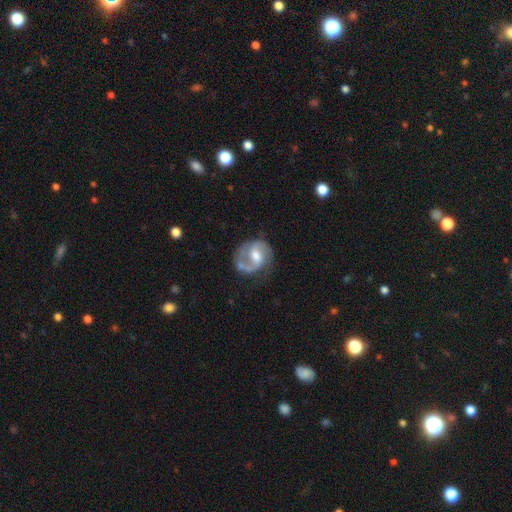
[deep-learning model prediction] A featured or disk galaxy (81%) with a weak bar (55%), 2 (68%) medium (50%) spiral arms (93%) and a moderate central bulge (60%).

Vote fractions:
- Smooth or featured? featured or disk: 81% / smooth: 14% / star or artifact: 5%
- Edge-on disk? no: 98% / yes: 2%
- Bar? weak: 55% / no: 26% / strong: 18%
- Spiral arms? yes: 93% / no: 7%
- Spiral winding? medium: 50% / loose: 27% / tight: 24%
- Spiral arm count? 2: 68% / 1: 23% / can't tell: 6% / 3: 2% / 4: 1% / more than 4: 1%
- Bulge size? moderate: 60% / small: 27% / large: 8% / none: 4% / dominant: 1%
- Merging? none: 58% / minor disturbance: 21% / major disturbance: 16% / merger: 5%